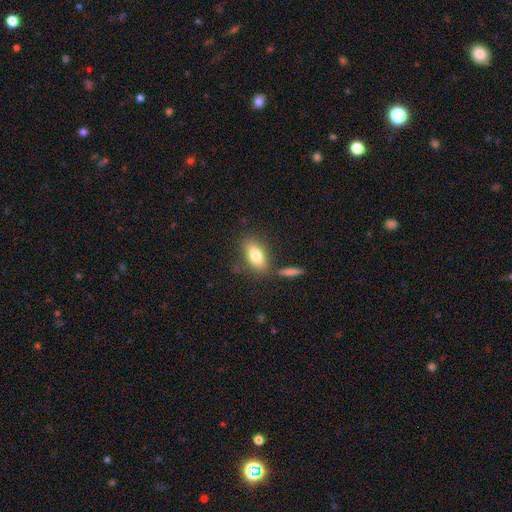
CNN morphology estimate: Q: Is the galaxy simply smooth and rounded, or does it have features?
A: smooth — 77%.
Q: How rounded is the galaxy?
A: in between — 84%.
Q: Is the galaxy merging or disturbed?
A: none — 75%.